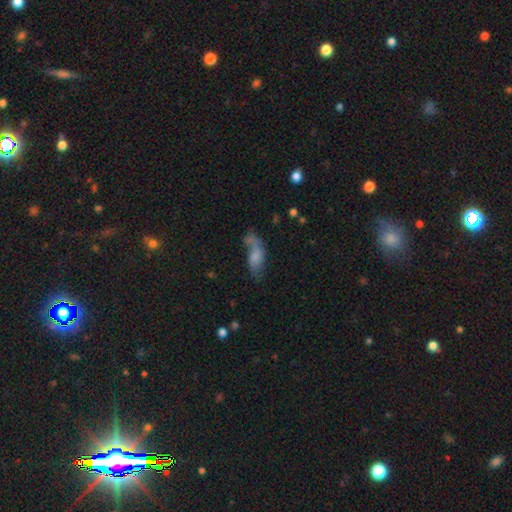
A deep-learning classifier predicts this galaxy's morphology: Smooth or featured? smooth (52%)
How rounded? in between (78%)
Merging? none (34%)